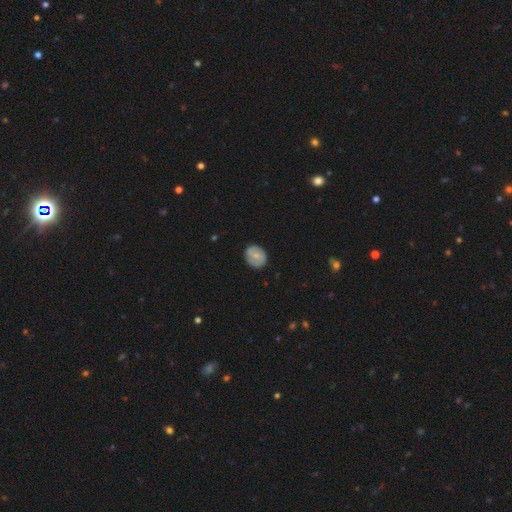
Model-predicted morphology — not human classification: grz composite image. It shows a smooth galaxy with no disk features (48%). Merging: none (79%).